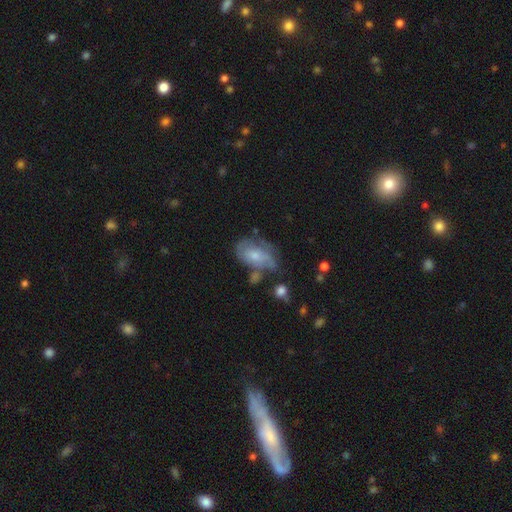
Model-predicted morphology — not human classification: Smooth or featured? Predicted: smooth (p=0.49). Merging? Predicted: none (p=0.41).